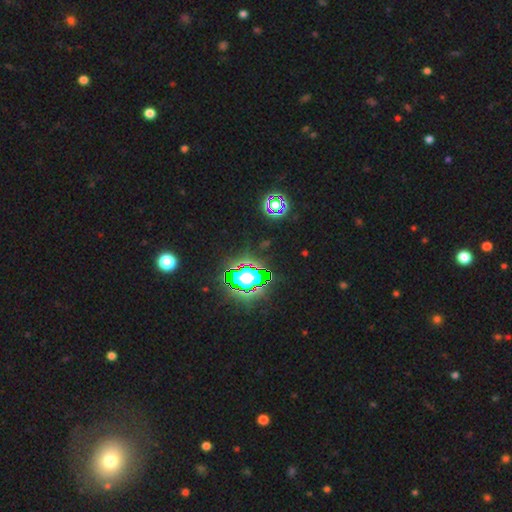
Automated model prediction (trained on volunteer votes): This appears to be a star or artifact, not a galaxy (83%).